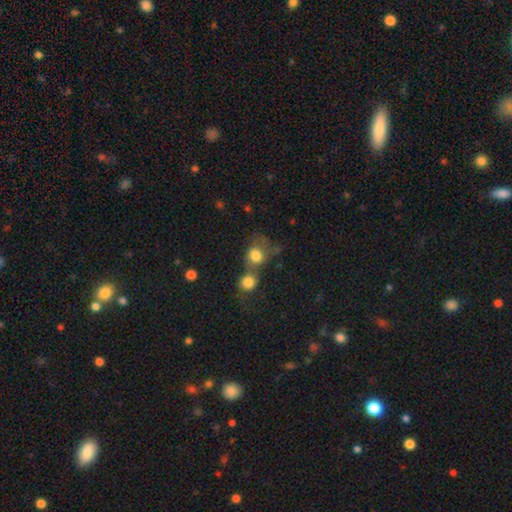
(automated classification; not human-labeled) This appears to be a smooth galaxy with no disk features (78%) that is round (66%). Merging: merger (56%).